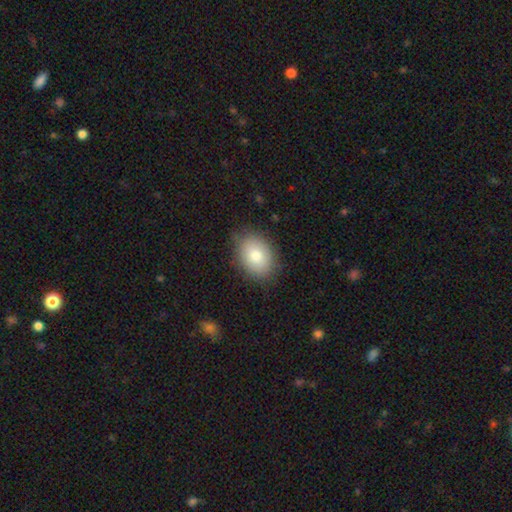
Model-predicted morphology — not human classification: Q: Smooth or featured?
A: smooth (79%); runner-up: featured or disk (13%)
Q: How rounded?
A: in between (69%); runner-up: round (30%)
Q: Merging?
A: none (83%); runner-up: minor disturbance (13%)